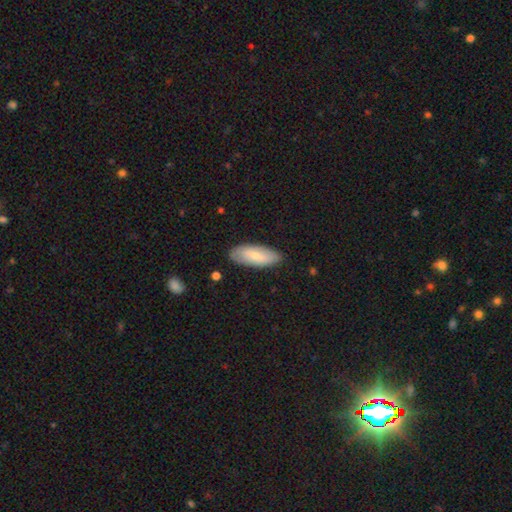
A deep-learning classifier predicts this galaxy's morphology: A smooth galaxy with no disk features (70%) that is in between round and cigar-shaped (80%). Merging: none (83%).